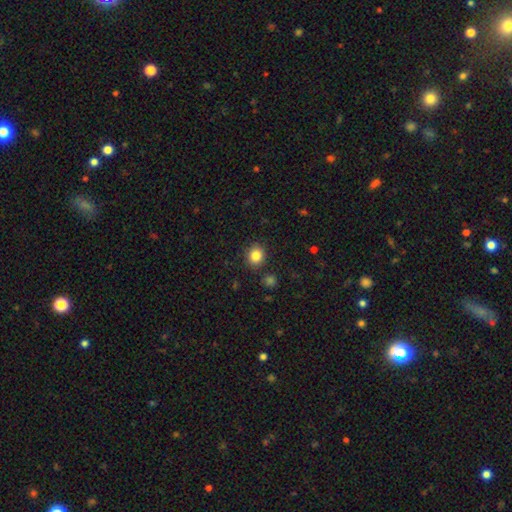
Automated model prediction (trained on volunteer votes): A smooth galaxy with no disk features (84%) that is round (77%). Merging: none (87%).